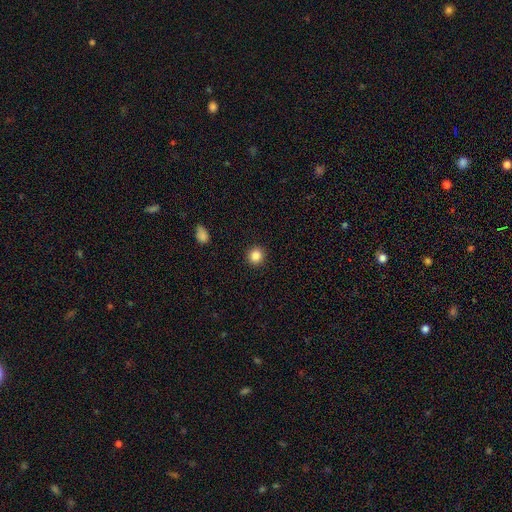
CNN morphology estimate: Q: Smooth or featured?
A: smooth (86%); runner-up: star or artifact (10%)
Q: How rounded?
A: round (90%); runner-up: in between (9%)
Q: Merging?
A: none (92%); runner-up: minor disturbance (5%)